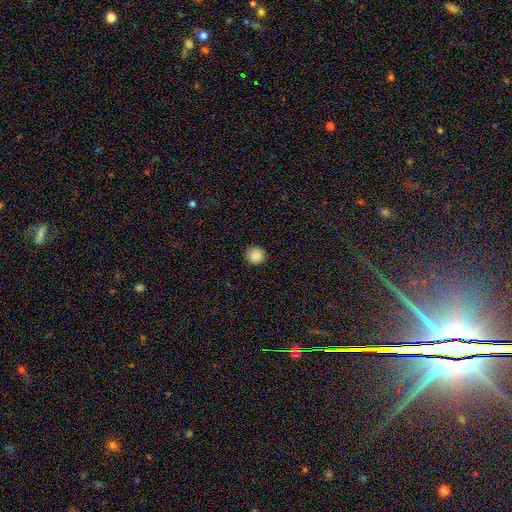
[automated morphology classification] Smooth or featured? Predicted: smooth (p=0.88). How rounded? Predicted: round (p=0.94). Merging? Predicted: none (p=0.92).